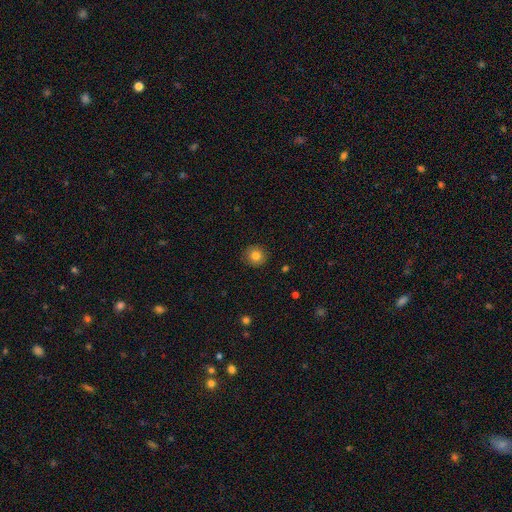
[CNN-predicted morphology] smooth 82%, star or artifact 10%, featured or disk 7%. Down the decision tree: how rounded — round (92%); merging — none (91%).